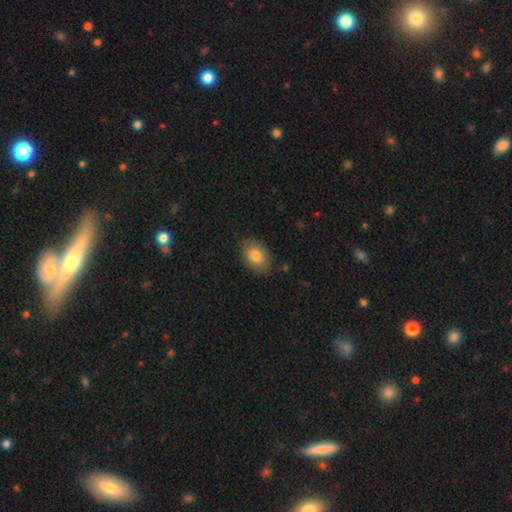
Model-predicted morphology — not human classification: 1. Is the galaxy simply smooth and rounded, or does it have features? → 81% smooth, 12% featured or disk, 7% star or artifact.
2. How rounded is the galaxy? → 84% in between, 15% round, 1% cigar-shaped.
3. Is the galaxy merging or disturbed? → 84% none, 13% minor disturbance, 2% major disturbance, 1% merger.